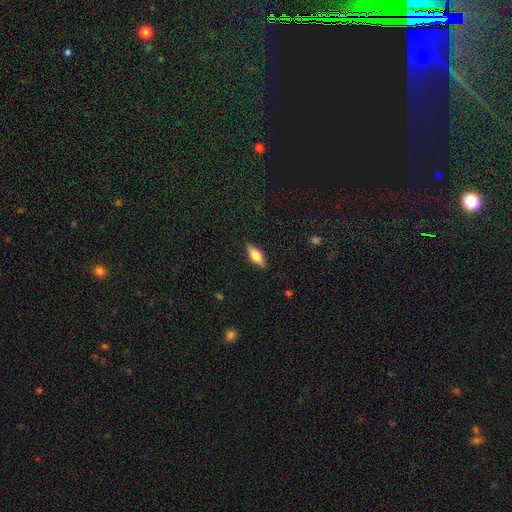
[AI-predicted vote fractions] Smooth or featured? smooth (60%)
How rounded? in between (65%)
Merging? none (88%)